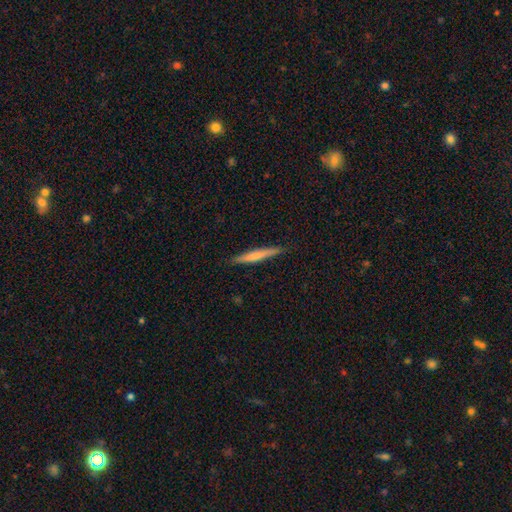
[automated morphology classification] Q: Smooth or featured?
A: smooth (60%); runner-up: featured or disk (34%)
Q: How rounded?
A: cigar-shaped (95%); runner-up: in between (3%)
Q: Merging?
A: none (89%); runner-up: minor disturbance (8%)